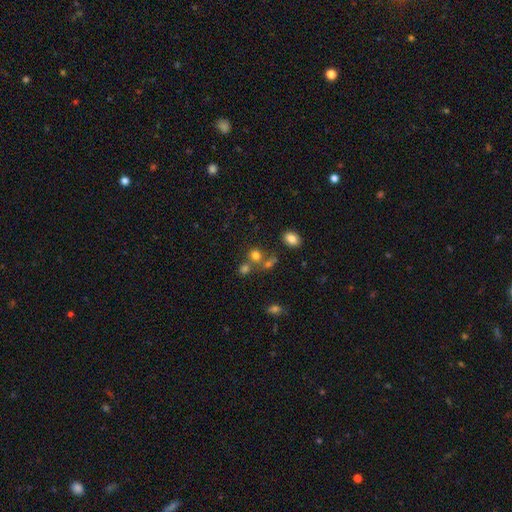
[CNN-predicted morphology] A smooth galaxy with no disk features (74%) that is round (79%). Merging: none (54%).